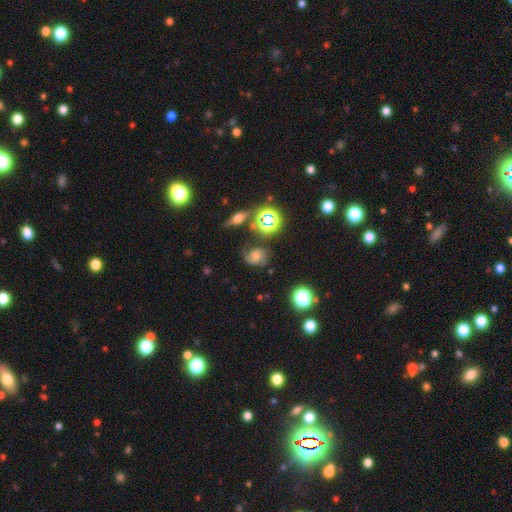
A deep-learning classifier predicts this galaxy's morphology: type=featured or disk (42%); merging=none (63%).